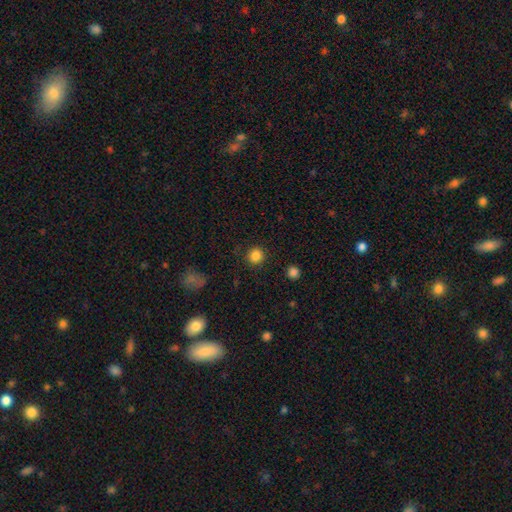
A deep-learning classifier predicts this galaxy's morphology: Smooth or featured?
  - smooth: 85% *
  - star or artifact: 11%
  - featured or disk: 4%
How rounded?
  - round: 93% *
  - in between: 7%
  - cigar-shaped: 1%
Merging?
  - none: 90% *
  - minor disturbance: 6%
  - major disturbance: 2%
  - merger: 1%